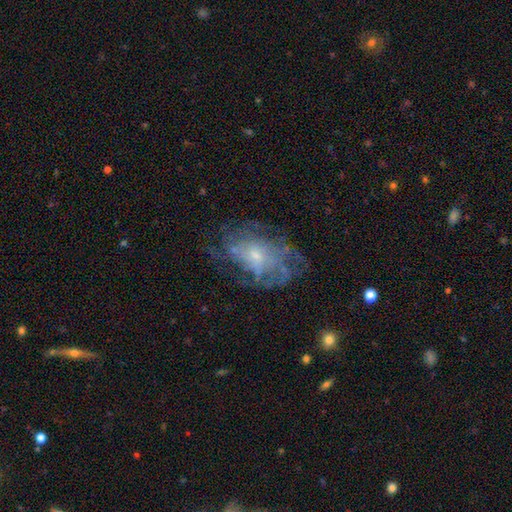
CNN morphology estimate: This appears to be a featured or disk galaxy (71%) with no bar (77%), spiral arms (70%) and a small central bulge (65%). Merging: none (58%).